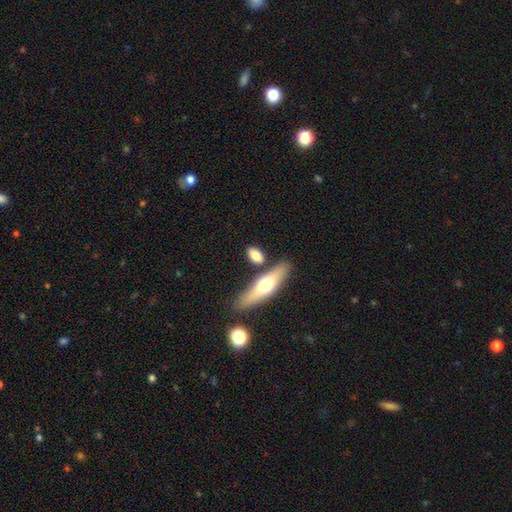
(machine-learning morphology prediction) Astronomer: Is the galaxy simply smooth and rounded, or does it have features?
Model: smooth — 73%.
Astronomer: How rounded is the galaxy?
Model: in between — 64%.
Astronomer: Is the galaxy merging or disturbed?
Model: none — 69%.